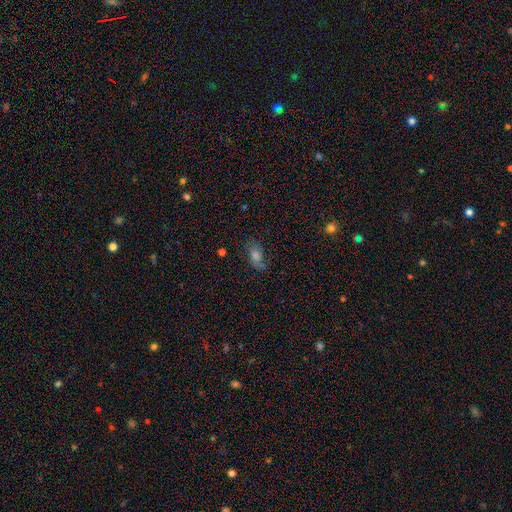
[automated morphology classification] type=smooth (48%); merging=none (64%).